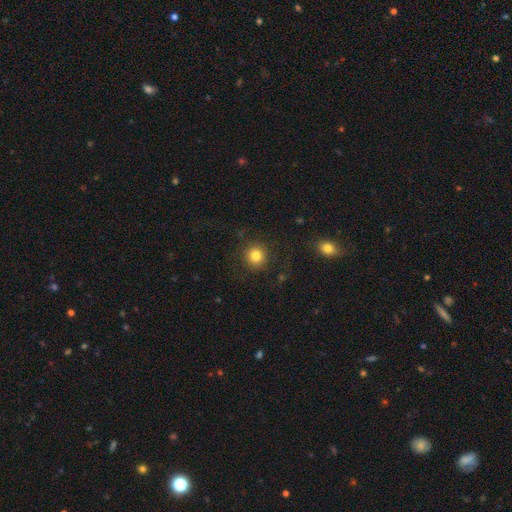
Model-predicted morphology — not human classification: smooth 82%, star or artifact 11%, featured or disk 6%. Down the decision tree: how rounded — round (94%); merging — none (89%).